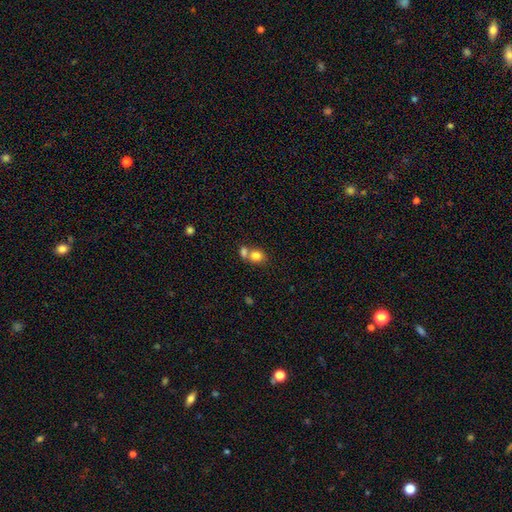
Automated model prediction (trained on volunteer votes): Smooth or featured? smooth (81%)
How rounded? round (65%)
Merging? merger (54%)